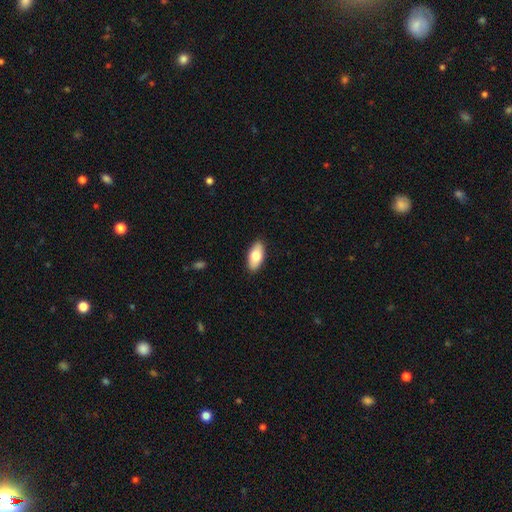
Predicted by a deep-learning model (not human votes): Smooth or featured? Predicted: smooth (p=0.76). How rounded? Predicted: in between (p=0.90). Merging? Predicted: none (p=0.89).